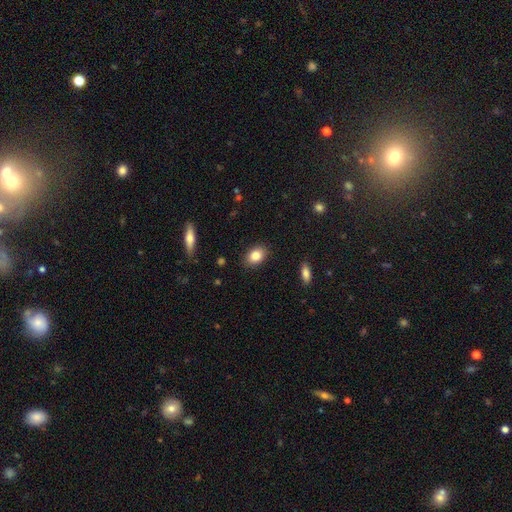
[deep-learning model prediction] This appears to be a smooth galaxy with no disk features (84%) that is in between round and cigar-shaped (78%). Merging: none (88%).